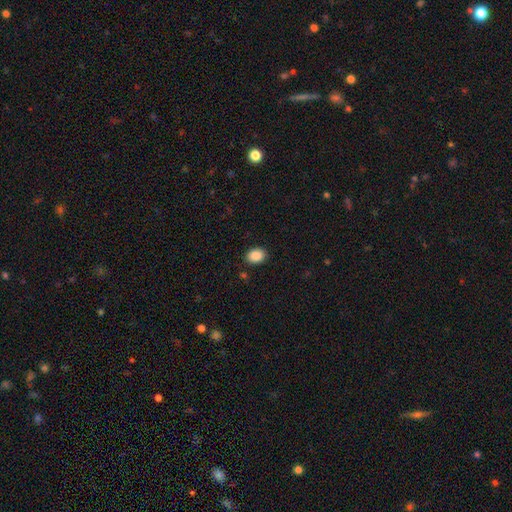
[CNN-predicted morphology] Smooth or featured?
  - smooth: 89% *
  - star or artifact: 8%
  - featured or disk: 3%
How rounded?
  - in between: 67% *
  - round: 32%
  - cigar-shaped: 1%
Merging?
  - none: 88% *
  - minor disturbance: 8%
  - major disturbance: 2%
  - merger: 1%